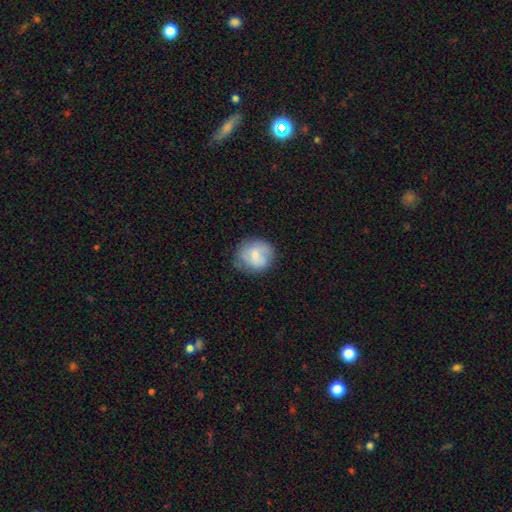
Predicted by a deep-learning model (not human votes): Smooth or featured? smooth (68%)
How rounded? round (81%)
Merging? none (69%)